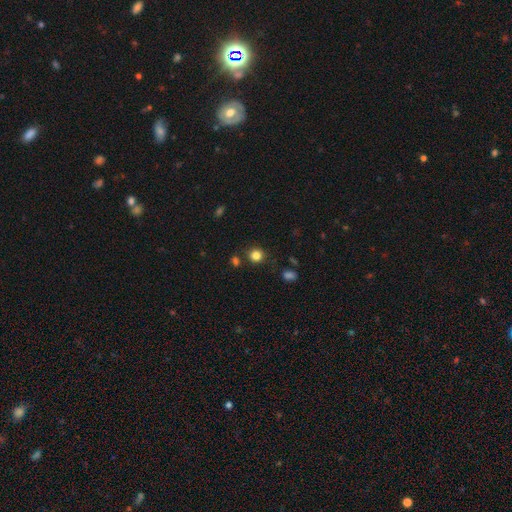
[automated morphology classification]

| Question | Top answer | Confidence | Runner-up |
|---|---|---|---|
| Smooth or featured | smooth | 82% | star or artifact (13%) |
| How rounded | round | 89% | in between (10%) |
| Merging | none | 84% | minor disturbance (9%) |